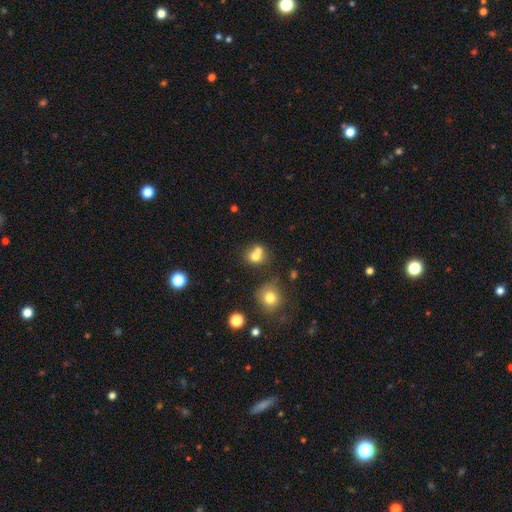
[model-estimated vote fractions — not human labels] A smooth galaxy with no disk features (73%) that is round (74%).

Vote fractions:
- Smooth or featured? smooth: 73% / featured or disk: 15% / star or artifact: 13%
- How rounded? round: 74% / in between: 25% / cigar-shaped: 1%
- Merging? merger: 49% / none: 38% / minor disturbance: 9% / major disturbance: 4%